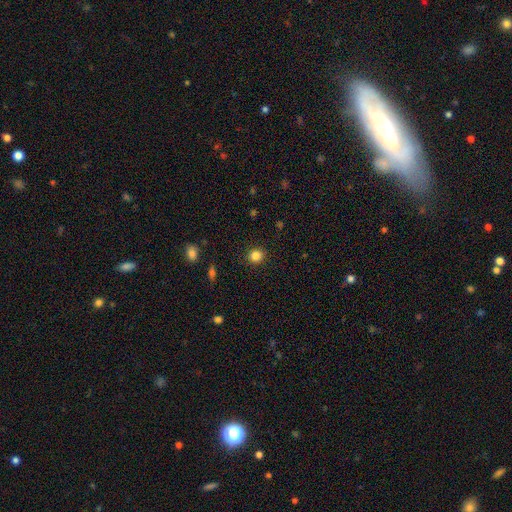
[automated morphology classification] Smooth or featured: smooth — 84% (star or artifact — 12%)
How rounded: round — 85% (in between — 14%)
Merging: none — 91% (minor disturbance — 6%)